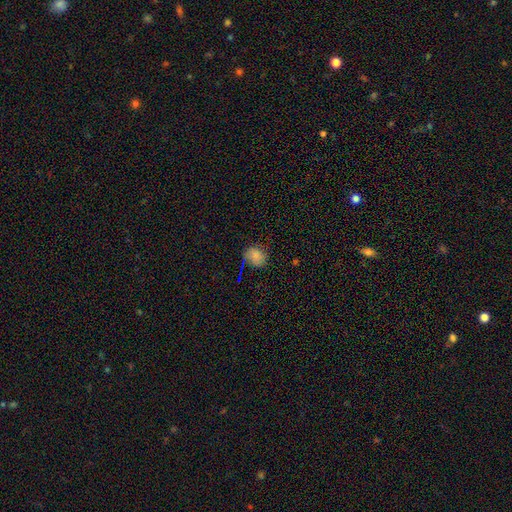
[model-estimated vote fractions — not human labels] This appears to be a smooth galaxy with no disk features (80%) that is round (57%). Merging: none (70%).